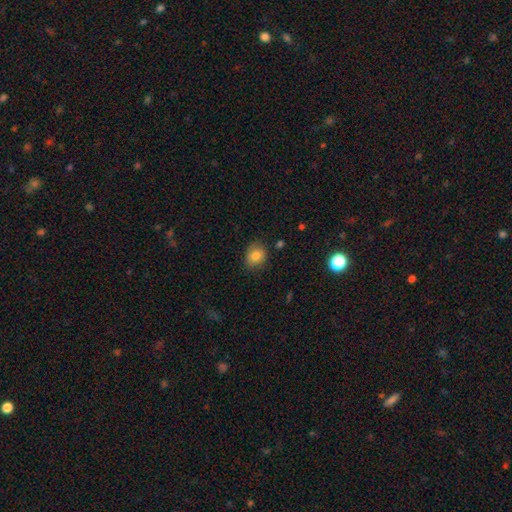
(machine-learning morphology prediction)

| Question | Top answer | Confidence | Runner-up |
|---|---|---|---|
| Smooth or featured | smooth | 82% | star or artifact (10%) |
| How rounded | round | 62% | in between (37%) |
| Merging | none | 82% | minor disturbance (14%) |